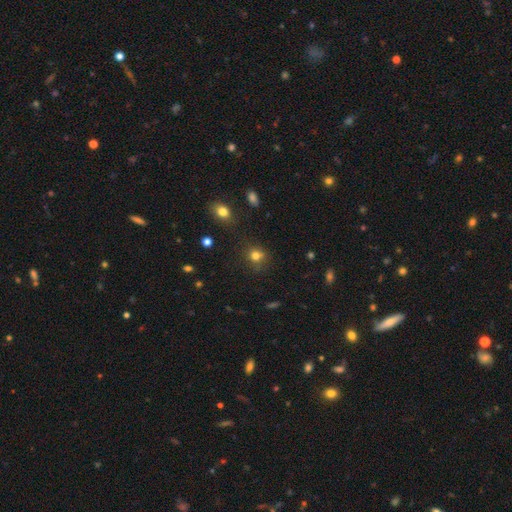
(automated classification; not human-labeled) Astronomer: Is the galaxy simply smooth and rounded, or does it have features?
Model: smooth — 76%.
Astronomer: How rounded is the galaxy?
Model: round — 79%.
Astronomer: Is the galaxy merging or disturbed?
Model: none — 73%.